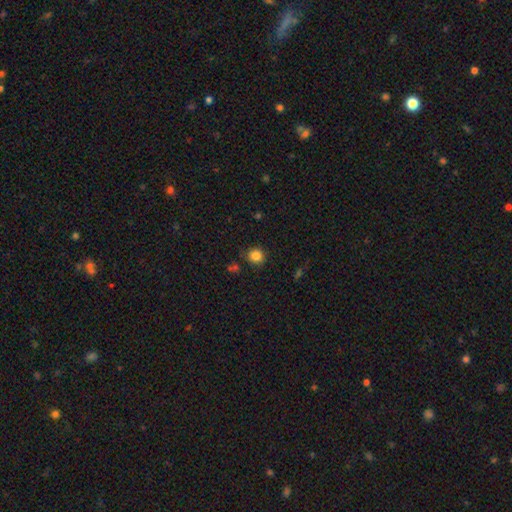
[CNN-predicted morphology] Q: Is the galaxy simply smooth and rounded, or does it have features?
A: smooth — 84%.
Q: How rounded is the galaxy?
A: round — 88%.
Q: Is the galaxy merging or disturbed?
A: none — 83%.